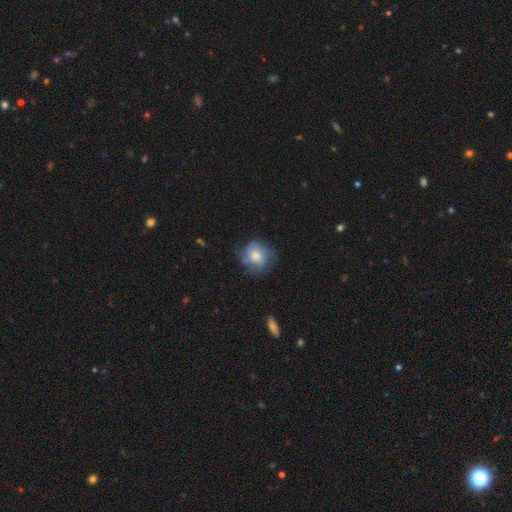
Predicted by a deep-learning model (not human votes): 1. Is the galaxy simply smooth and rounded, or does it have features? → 55% smooth, 37% featured or disk, 8% star or artifact.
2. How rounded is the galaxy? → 83% round, 16% in between, 1% cigar-shaped.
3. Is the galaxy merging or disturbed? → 64% none, 23% minor disturbance, 11% major disturbance, 2% merger.